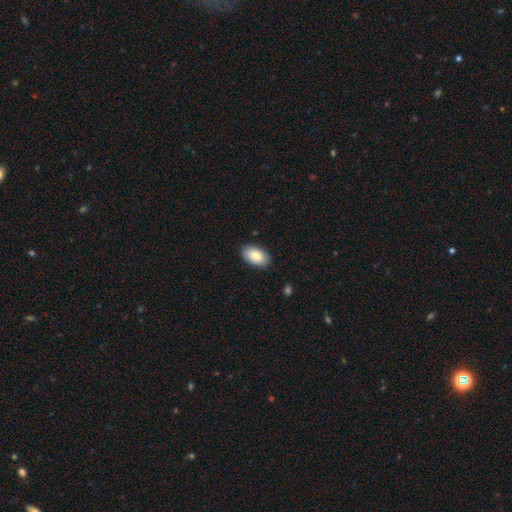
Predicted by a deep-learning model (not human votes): Q: Smooth or featured?
A: smooth (82%); runner-up: featured or disk (12%)
Q: How rounded?
A: in between (93%); runner-up: round (5%)
Q: Merging?
A: none (87%); runner-up: minor disturbance (10%)